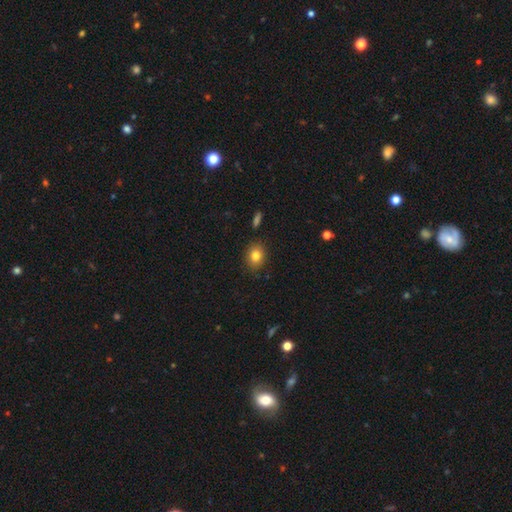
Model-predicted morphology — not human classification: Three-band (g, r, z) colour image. It shows a smooth galaxy with no disk features (82%) that is in between round and cigar-shaped (50%). Merging: none (87%).